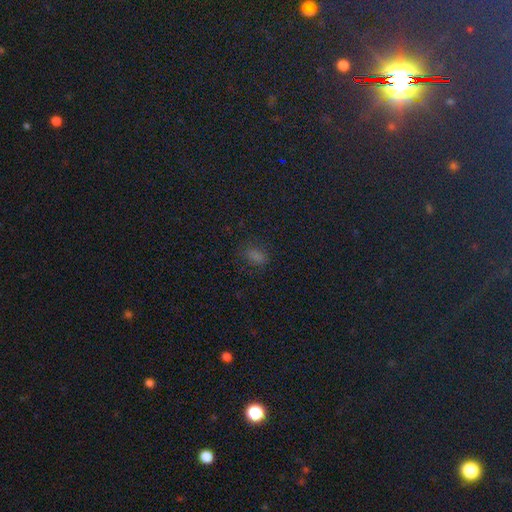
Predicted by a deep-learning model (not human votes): Smooth or featured? smooth (62%)
How rounded? in between (80%)
Merging? none (79%)